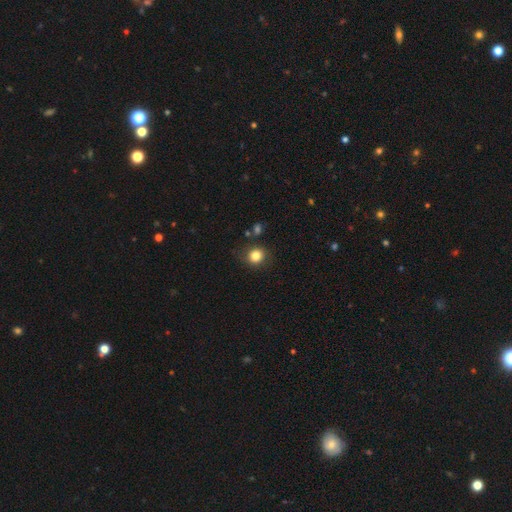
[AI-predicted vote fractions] smooth-or-featured: smooth: 83% | star or artifact: 11% | featured or disk: 6%
  how-rounded: round: 83% | in between: 16% | cigar-shaped: 1%
  merging: none: 82% | minor disturbance: 11% | major disturbance: 3% | merger: 3%